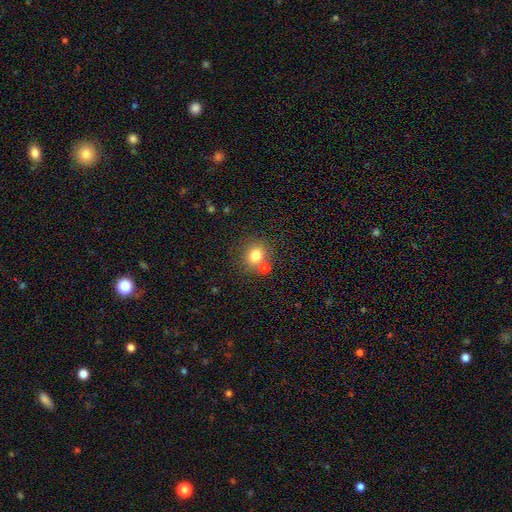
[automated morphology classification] smooth 78%, star or artifact 13%, featured or disk 9%. Down the decision tree: how rounded — round (83%); merging — none (69%).